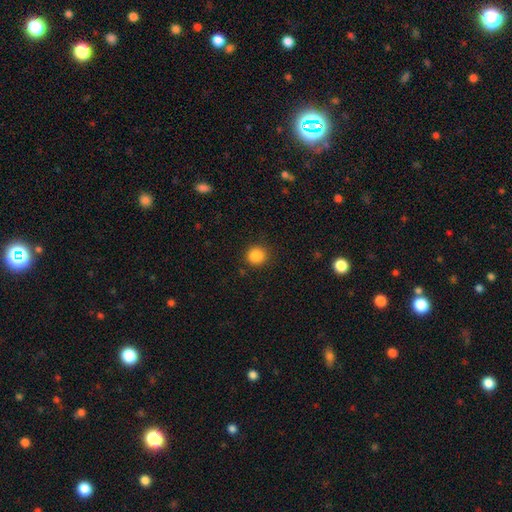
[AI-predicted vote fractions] The model was most divided on "how rounded": round: 76%, in between: 23%, cigar-shaped: 1%. More confident: smooth or featured — smooth (86%); merging — none (84%).